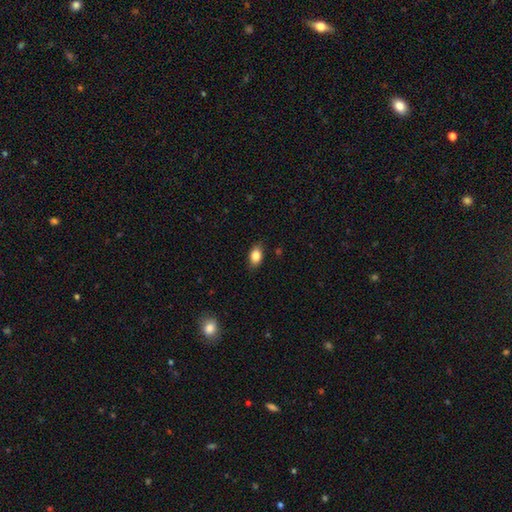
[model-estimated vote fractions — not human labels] Smooth or featured? smooth (85%)
How rounded? in between (84%)
Merging? none (83%)